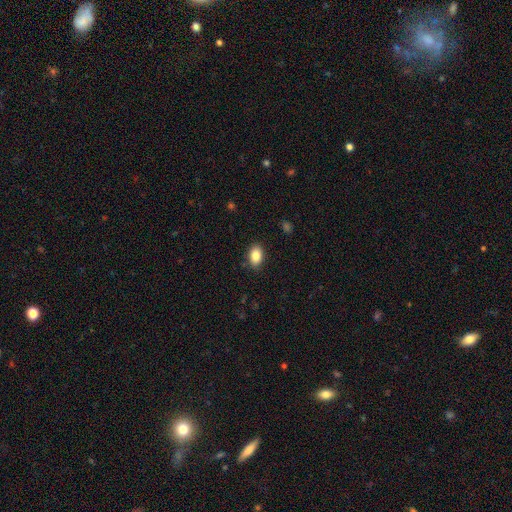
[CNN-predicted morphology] smooth-or-featured: smooth: 85% | star or artifact: 8% | featured or disk: 7%
  how-rounded: in between: 87% | round: 12% | cigar-shaped: 1%
  merging: none: 88% | minor disturbance: 9% | major disturbance: 2% | merger: 1%